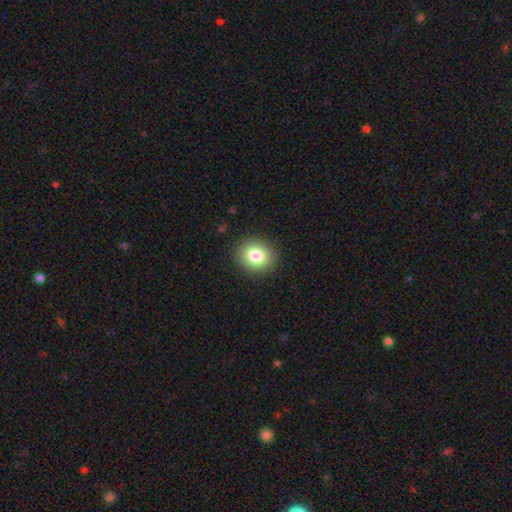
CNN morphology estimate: smooth_or_featured: smooth (p=0.82) [alt: star or artifact p=0.10]
how_rounded: round (p=0.72) [alt: in between p=0.27]
merging: none (p=0.90) [alt: minor disturbance p=0.07]